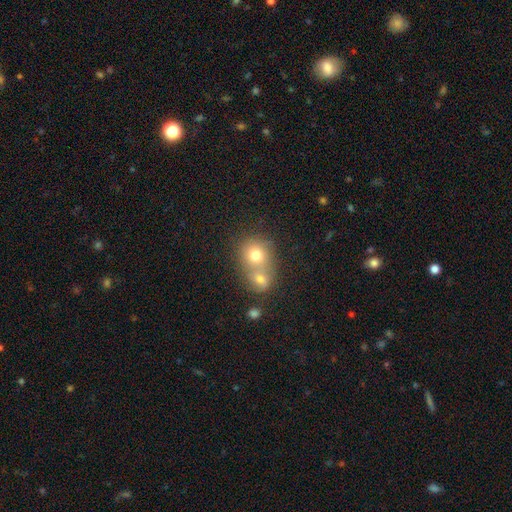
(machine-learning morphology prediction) Q: Smooth or featured?
A: smooth (73%); runner-up: featured or disk (15%)
Q: How rounded?
A: round (75%); runner-up: in between (24%)
Q: Merging?
A: merger (57%); runner-up: none (33%)